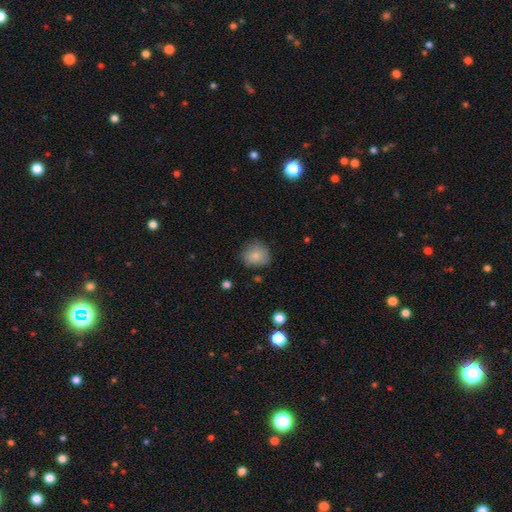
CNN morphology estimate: Smooth or featured? smooth (83%)
How rounded? round (78%)
Merging? none (76%)